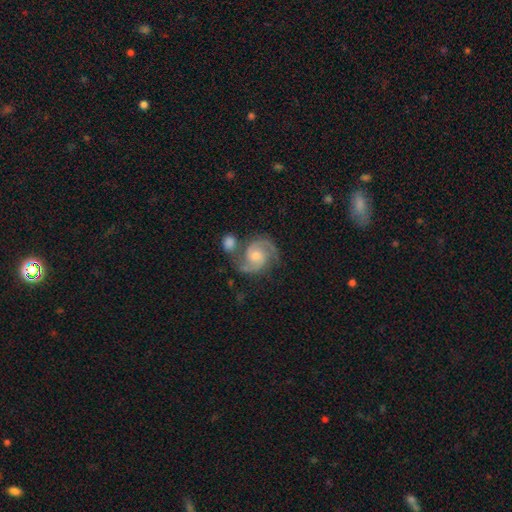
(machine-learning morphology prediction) smooth_or_featured: featured or disk (p=0.89) [alt: smooth p=0.06]
disk_edge_on: no (p=0.98) [alt: yes p=0.02]
bar: no (p=0.62) [alt: weak p=0.32]
has_spiral_arms: yes (p=0.98) [alt: no p=0.02]
spiral_winding: medium (p=0.59) [alt: tight p=0.29]
spiral_arm_count: 2 (p=0.93) [alt: can't tell p=0.02]
bulge_size: moderate (p=0.52) [alt: small p=0.40]
merging: none (p=0.63) [alt: merger p=0.18]